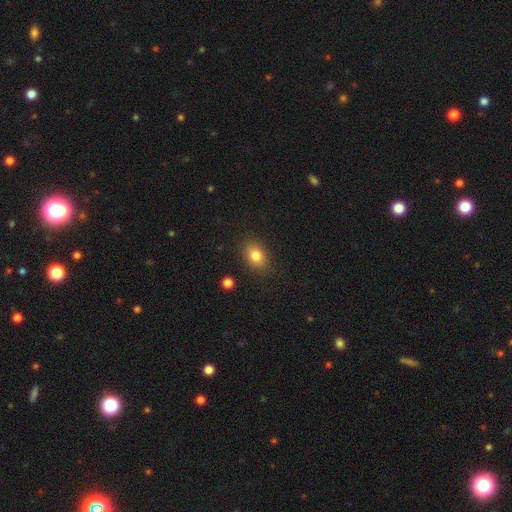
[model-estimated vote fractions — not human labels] Smooth or featured?
  - smooth: 82% *
  - star or artifact: 10%
  - featured or disk: 8%
How rounded?
  - in between: 69% *
  - round: 30%
  - cigar-shaped: 1%
Merging?
  - none: 85% *
  - minor disturbance: 10%
  - major disturbance: 3%
  - merger: 2%